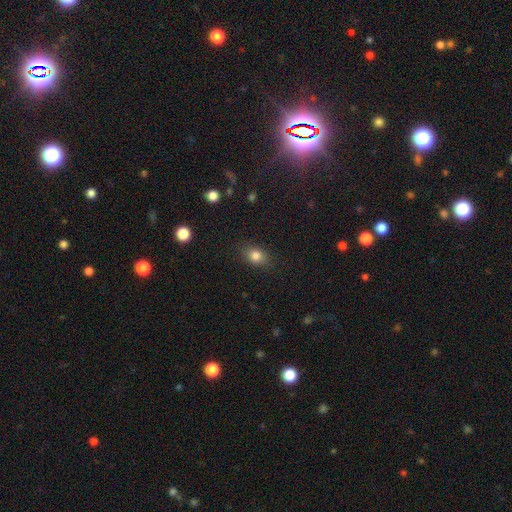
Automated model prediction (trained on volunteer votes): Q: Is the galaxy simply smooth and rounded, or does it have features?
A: smooth — 82%.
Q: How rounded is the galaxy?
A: in between — 65%.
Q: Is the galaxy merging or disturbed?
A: none — 84%.